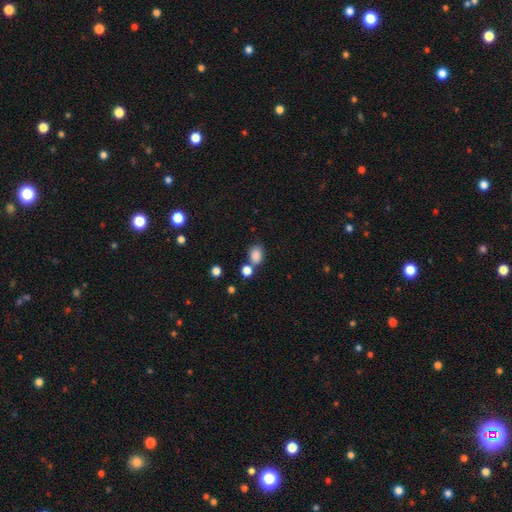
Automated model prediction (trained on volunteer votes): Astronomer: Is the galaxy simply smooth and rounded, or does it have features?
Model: smooth — 84%.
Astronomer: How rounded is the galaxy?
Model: in between — 65%.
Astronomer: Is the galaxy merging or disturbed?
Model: none — 57%.